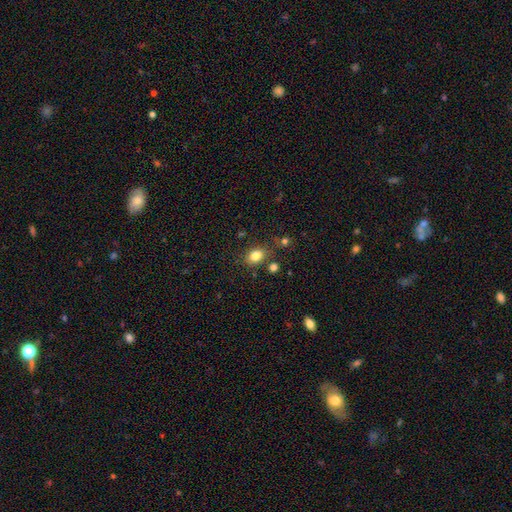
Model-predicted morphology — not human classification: Overall: smooth (82%). How rounded: in between (70%). Merging: none (77%).